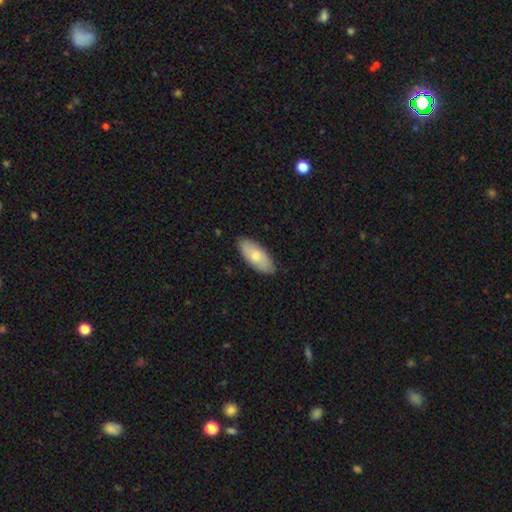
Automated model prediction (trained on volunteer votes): Q: Smooth or featured?
A: smooth (75%); runner-up: featured or disk (20%)
Q: How rounded?
A: in between (85%); runner-up: cigar-shaped (13%)
Q: Merging?
A: none (86%); runner-up: minor disturbance (11%)